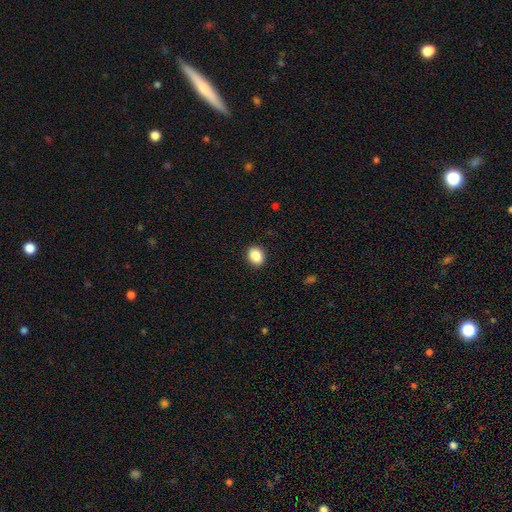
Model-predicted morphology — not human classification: This is clearly a smooth galaxy (88%). How rounded: possibly in between (50%). Merging: clearly none (91%).